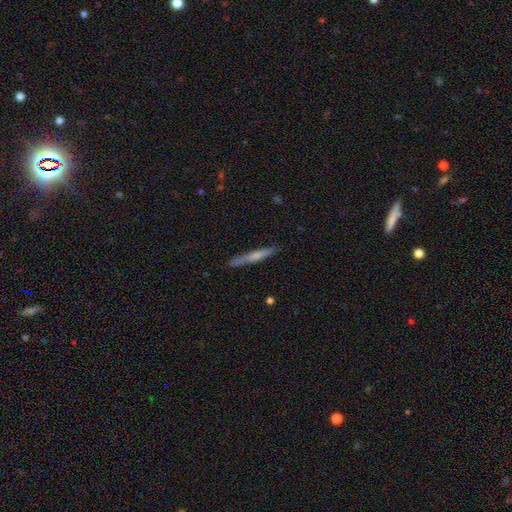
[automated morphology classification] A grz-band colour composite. It shows a smooth galaxy with no disk features (55%) that is cigar-shaped (95%). Merging: none (86%).